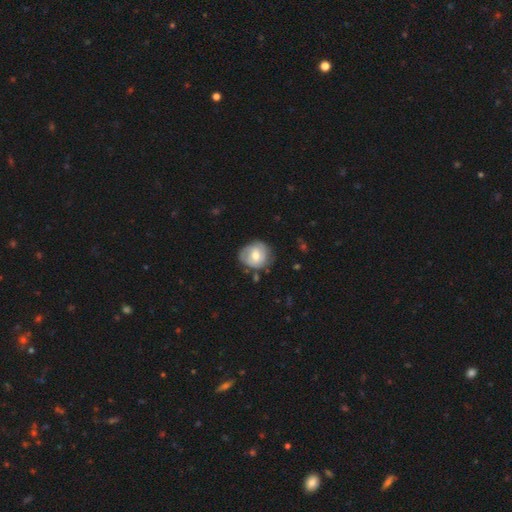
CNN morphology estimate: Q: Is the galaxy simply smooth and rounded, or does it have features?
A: featured or disk — 50%.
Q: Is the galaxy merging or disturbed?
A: none — 67%.